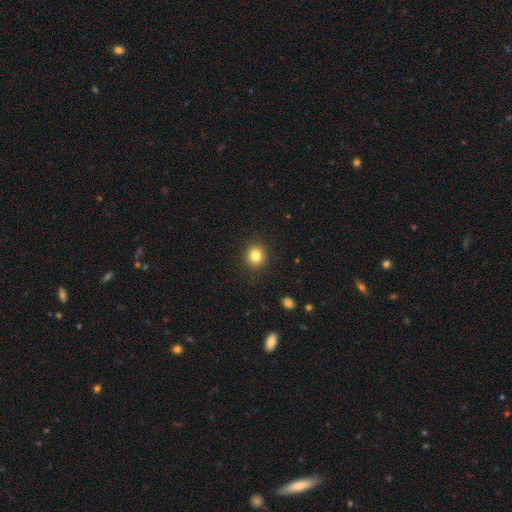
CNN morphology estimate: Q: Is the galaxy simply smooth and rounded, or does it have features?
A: smooth — 82%.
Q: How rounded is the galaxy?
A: round — 86%.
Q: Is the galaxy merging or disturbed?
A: none — 91%.